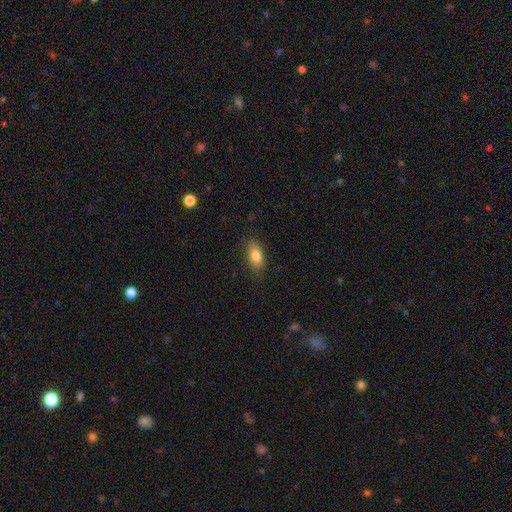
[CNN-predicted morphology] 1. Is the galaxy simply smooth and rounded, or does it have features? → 81% smooth, 11% featured or disk, 8% star or artifact.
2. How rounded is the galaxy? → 87% in between, 7% cigar-shaped, 5% round.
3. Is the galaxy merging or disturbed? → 84% none, 12% minor disturbance, 3% major disturbance, 1% merger.